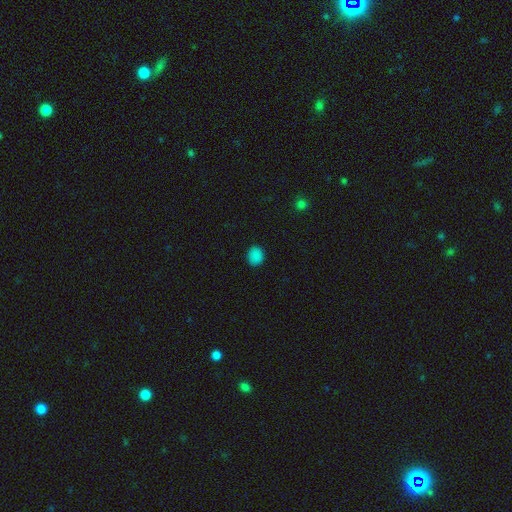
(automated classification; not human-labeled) A smooth galaxy with no disk features (84%) that is round (66%). Merging: none (89%).